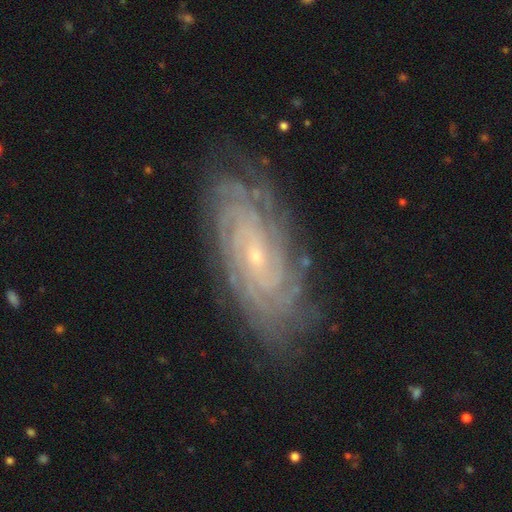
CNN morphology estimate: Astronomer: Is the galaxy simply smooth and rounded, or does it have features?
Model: featured or disk — 86%.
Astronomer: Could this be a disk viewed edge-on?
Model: no — 93%.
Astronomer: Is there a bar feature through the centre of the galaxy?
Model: no — 62%.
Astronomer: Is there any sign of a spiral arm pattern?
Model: yes — 97%.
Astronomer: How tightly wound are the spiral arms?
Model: tight — 83%.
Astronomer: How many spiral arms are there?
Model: can't tell — 34% (runner-up: more than 4, 20%).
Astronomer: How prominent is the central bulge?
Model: small — 81%.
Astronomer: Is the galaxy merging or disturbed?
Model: none — 83%.